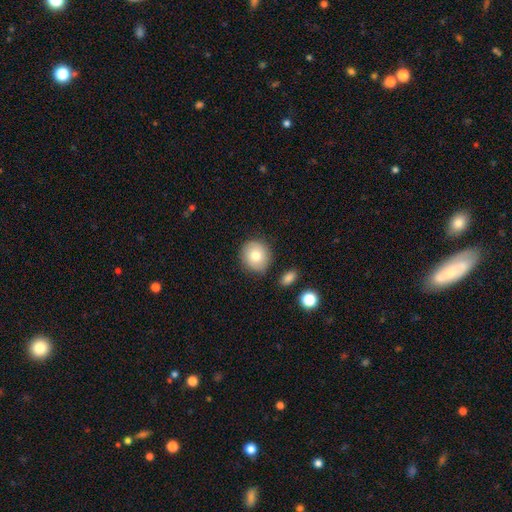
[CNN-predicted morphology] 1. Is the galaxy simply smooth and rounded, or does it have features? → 77% smooth, 14% featured or disk, 8% star or artifact.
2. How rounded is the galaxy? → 86% round, 13% in between, 1% cigar-shaped.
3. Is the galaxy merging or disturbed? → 82% none, 12% minor disturbance, 3% merger, 3% major disturbance.